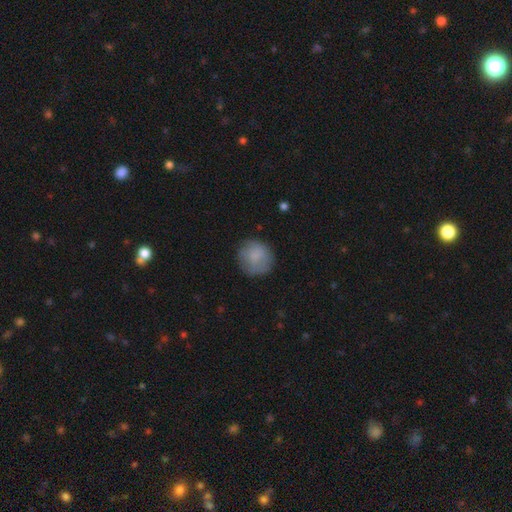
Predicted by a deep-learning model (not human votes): This is likely a smooth galaxy (79%). How rounded: clearly round (89%). Merging: likely none (76%).